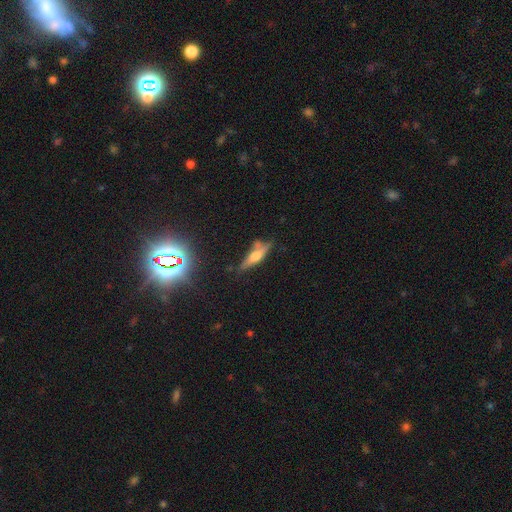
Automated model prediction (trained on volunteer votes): smooth-or-featured: featured or disk: 48% | smooth: 42% | star or artifact: 10%
  merging: none: 60% | minor disturbance: 20% | merger: 13% | major disturbance: 7%